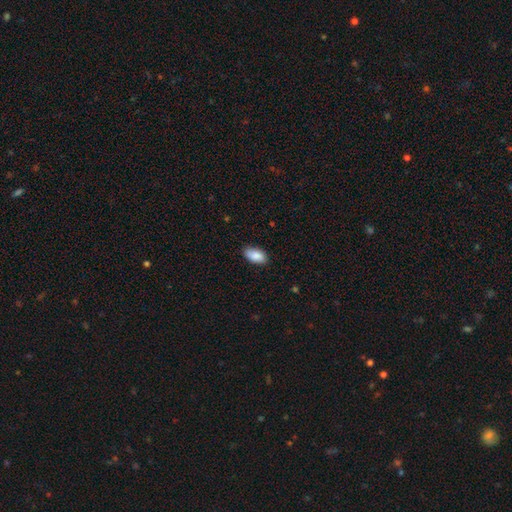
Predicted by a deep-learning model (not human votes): Smooth or featured?
  - smooth: 88% *
  - star or artifact: 7%
  - featured or disk: 5%
How rounded?
  - in between: 94% *
  - cigar-shaped: 3%
  - round: 3%
Merging?
  - none: 85% *
  - minor disturbance: 12%
  - major disturbance: 2%
  - merger: 1%